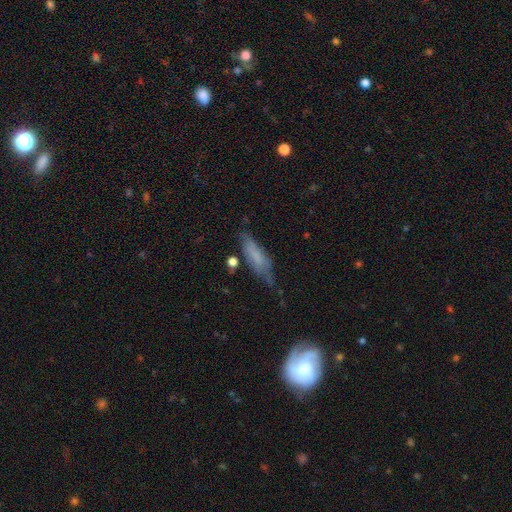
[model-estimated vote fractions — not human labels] Overall: smooth (57%; featured or disk 33%). How rounded: cigar-shaped (65%; in between 33%). Merging: none (52%; minor disturbance 31%).